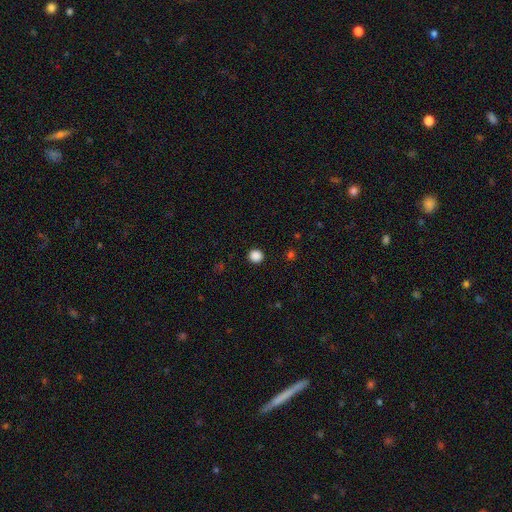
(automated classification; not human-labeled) This is clearly a smooth galaxy (87%). How rounded: clearly round (92%). Merging: clearly none (93%).